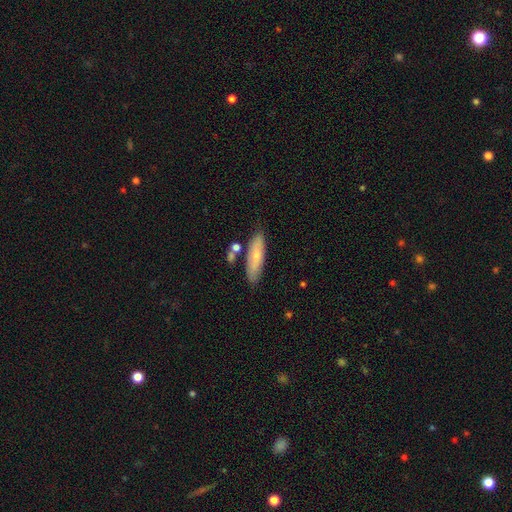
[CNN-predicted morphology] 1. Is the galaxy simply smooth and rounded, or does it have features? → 67% smooth, 26% featured or disk, 6% star or artifact.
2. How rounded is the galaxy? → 60% cigar-shaped, 38% in between, 2% round.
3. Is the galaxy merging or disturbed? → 76% none, 15% minor disturbance, 7% merger, 3% major disturbance.